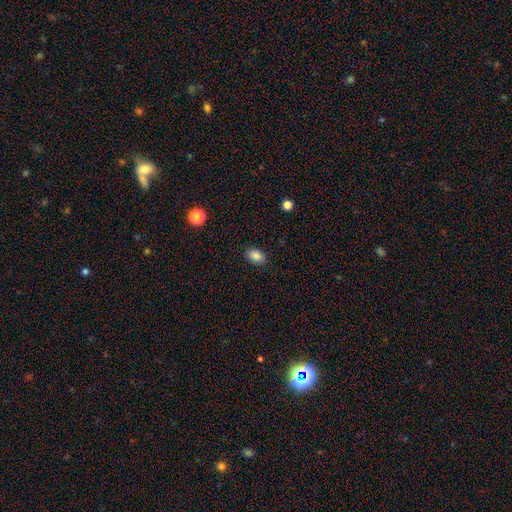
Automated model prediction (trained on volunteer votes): The model was most divided on "how rounded": in between: 78%, round: 20%, cigar-shaped: 1%. More confident: merging — none (87%); smooth or featured — smooth (86%).